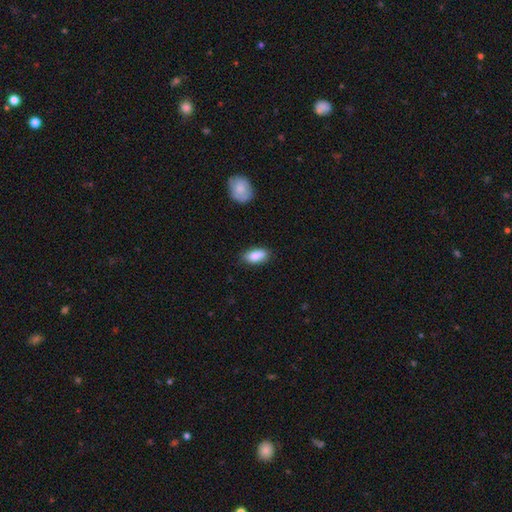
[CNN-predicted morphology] A smooth galaxy with no disk features (87%) that is in between round and cigar-shaped (88%).

Vote fractions:
- Smooth or featured? smooth: 87% / star or artifact: 7% / featured or disk: 6%
- How rounded? in between: 88% / cigar-shaped: 9% / round: 3%
- Merging? none: 81% / minor disturbance: 15% / major disturbance: 3% / merger: 2%